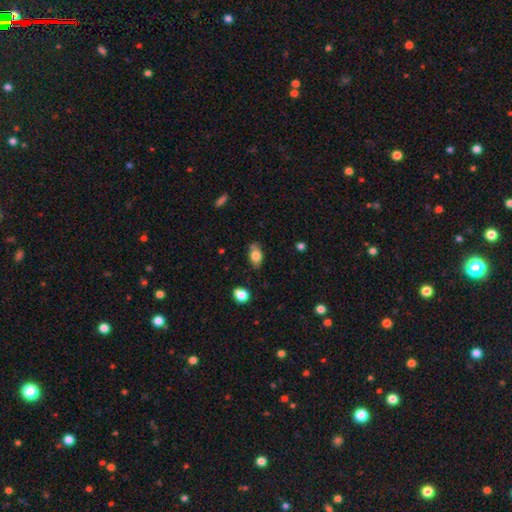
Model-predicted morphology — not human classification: A smooth galaxy with no disk features (78%) that is in between round and cigar-shaped (85%). Merging: none (71%).